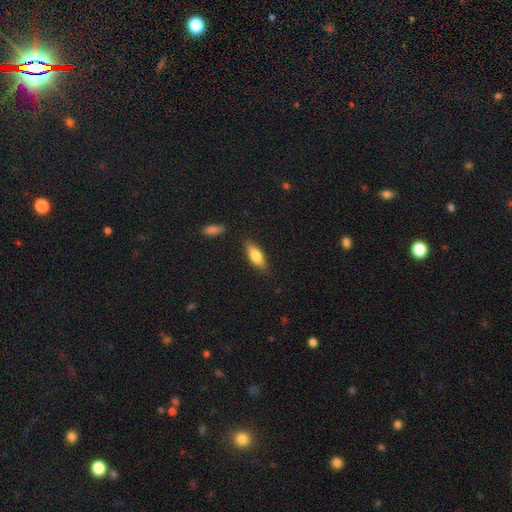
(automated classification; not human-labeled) This appears to be a smooth galaxy with no disk features (75%) that is in between round and cigar-shaped (66%). Merging: none (83%).